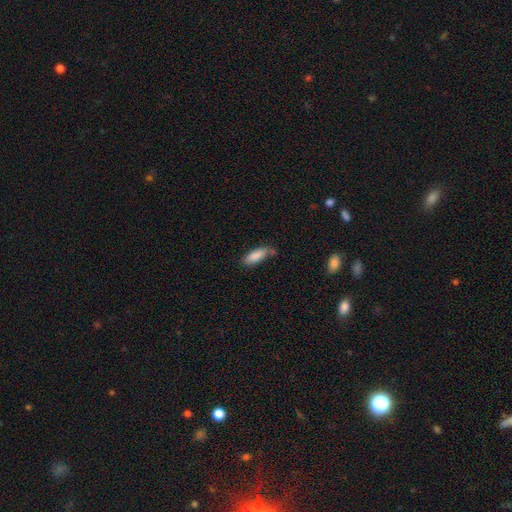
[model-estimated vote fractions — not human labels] This appears to be a smooth galaxy with no disk features (86%) that is in between round and cigar-shaped (67%). Merging: none (61%).